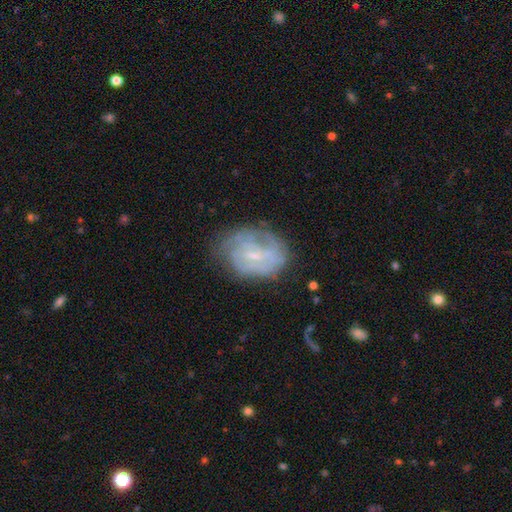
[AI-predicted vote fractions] smooth_or_featured: featured or disk (p=0.65) [alt: smooth p=0.25]
disk_edge_on: no (p=0.97) [alt: yes p=0.03]
bar: weak (p=0.47) [alt: no p=0.43]
has_spiral_arms: yes (p=0.72) [alt: no p=0.28]
bulge_size: small (p=0.68) [alt: moderate p=0.18]
merging: none (p=0.63) [alt: minor disturbance p=0.23]